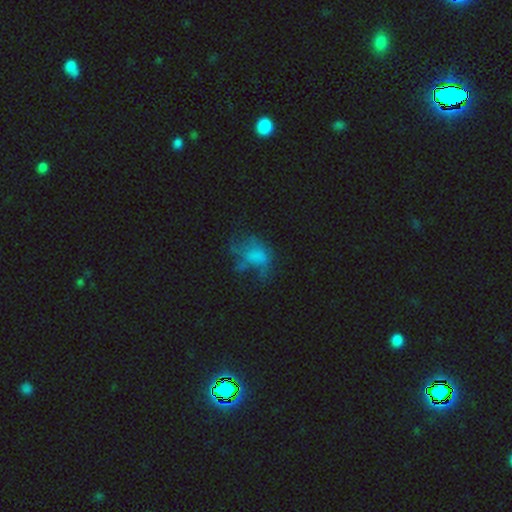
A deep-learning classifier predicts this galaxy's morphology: A smooth galaxy with no disk features (47%).

Vote fractions:
- Smooth or featured? smooth: 47% / featured or disk: 36% / star or artifact: 17%
- Merging? major disturbance: 43% / none: 31% / minor disturbance: 20% / merger: 6%